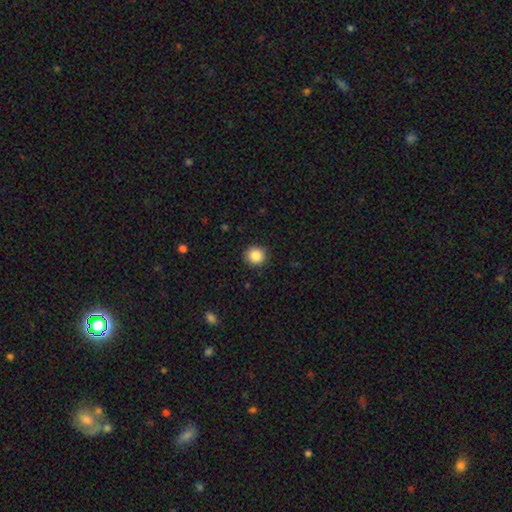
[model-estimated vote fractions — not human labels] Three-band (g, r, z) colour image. It shows a smooth galaxy with no disk features (87%) that is round (90%). Merging: none (91%).